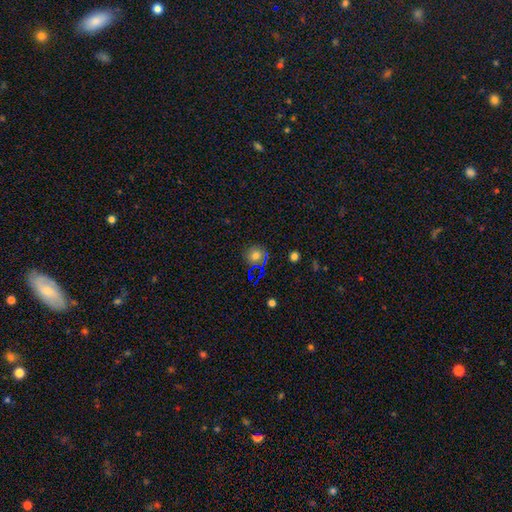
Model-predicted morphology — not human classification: type=smooth (64%); roundness=round (88%); merging=none (82%).